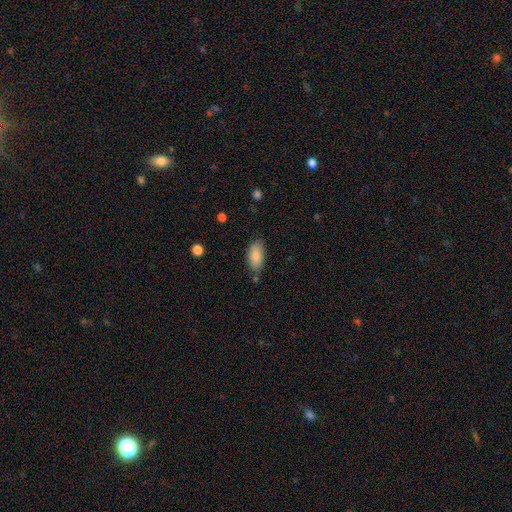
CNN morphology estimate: smooth-or-featured: smooth: 86% | featured or disk: 8% | star or artifact: 6%
  how-rounded: in between: 91% | cigar-shaped: 6% | round: 2%
  merging: none: 77% | minor disturbance: 17% | merger: 4% | major disturbance: 3%